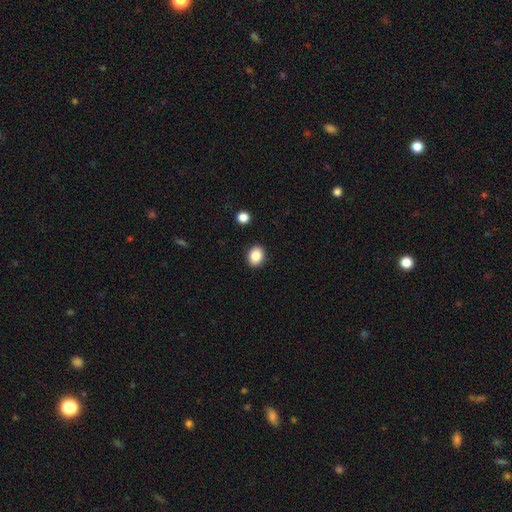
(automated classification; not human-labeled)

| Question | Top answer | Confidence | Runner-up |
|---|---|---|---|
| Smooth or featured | smooth | 86% | star or artifact (9%) |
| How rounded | in between | 51% | round (48%) |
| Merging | none | 90% | minor disturbance (7%) |